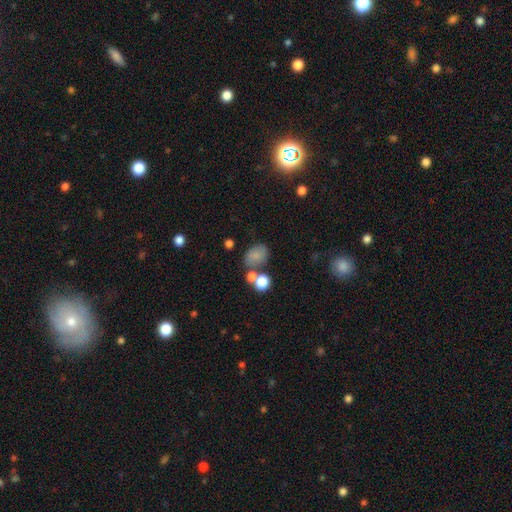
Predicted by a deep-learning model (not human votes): Overall: smooth (76%). How rounded: in between (70%). Merging: none (56%; merger 19%).